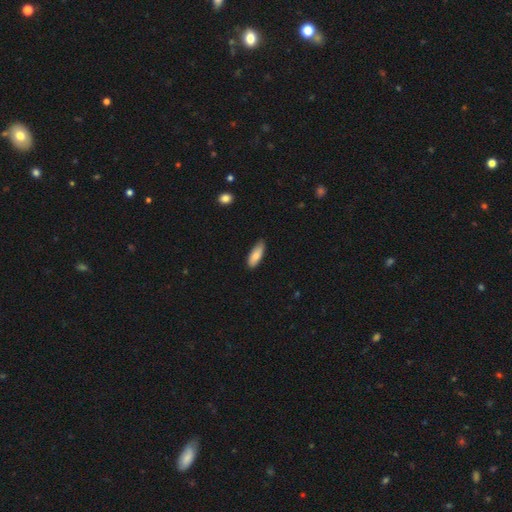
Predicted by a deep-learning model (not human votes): A smooth galaxy with no disk features (83%) that is in between round and cigar-shaped (68%). Merging: none (74%).